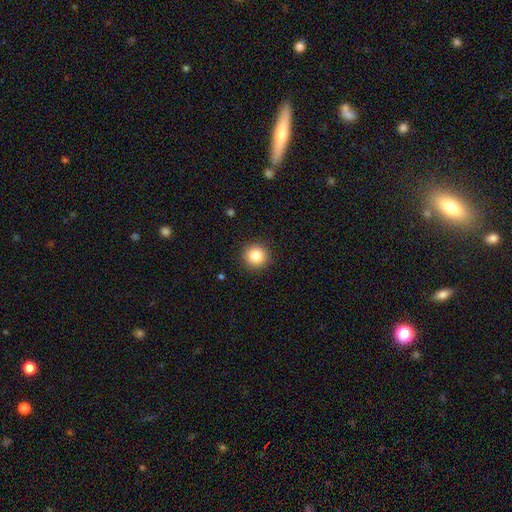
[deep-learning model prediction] This appears to be a smooth galaxy with no disk features (84%) that is round (94%). Merging: none (92%).